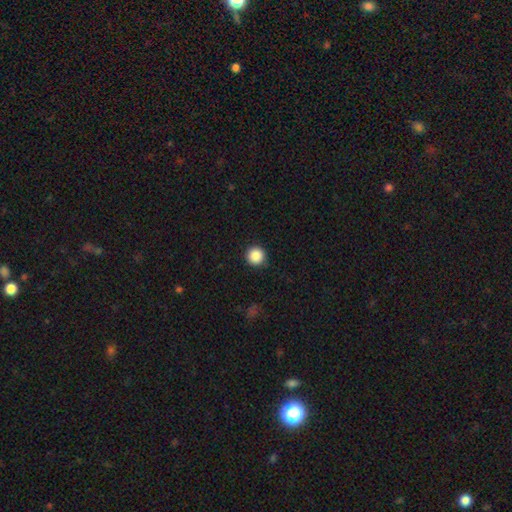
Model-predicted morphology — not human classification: The model was most divided on "smooth or featured": smooth: 88%, star or artifact: 10%, featured or disk: 3%. More confident: how rounded — round (96%); merging — none (92%).